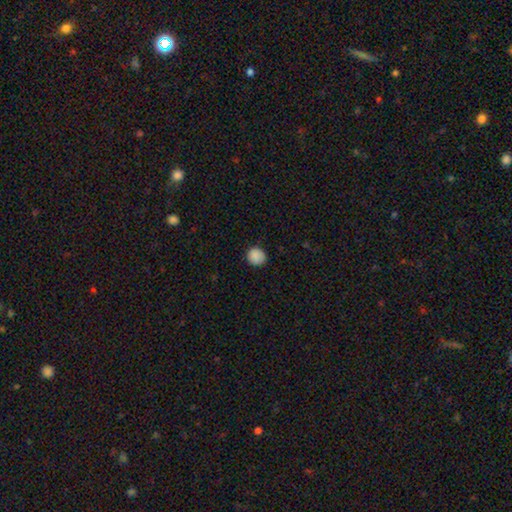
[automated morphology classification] Smooth or featured? Predicted: smooth (p=0.88). How rounded? Predicted: round (p=0.86). Merging? Predicted: none (p=0.86).